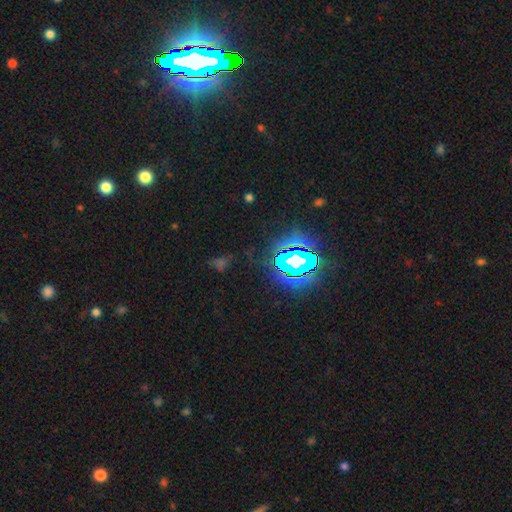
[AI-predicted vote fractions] Smooth or featured?
  - star or artifact: 81% *
  - smooth: 11%
  - featured or disk: 8%